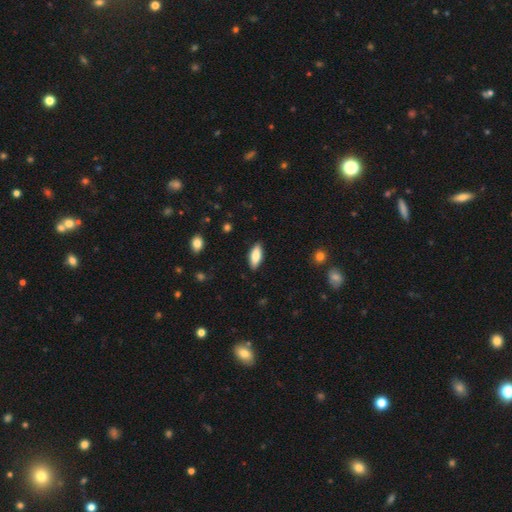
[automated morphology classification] smooth 83%, featured or disk 11%, star or artifact 6%. Down the decision tree: how rounded — in between (78%); merging — none (88%).